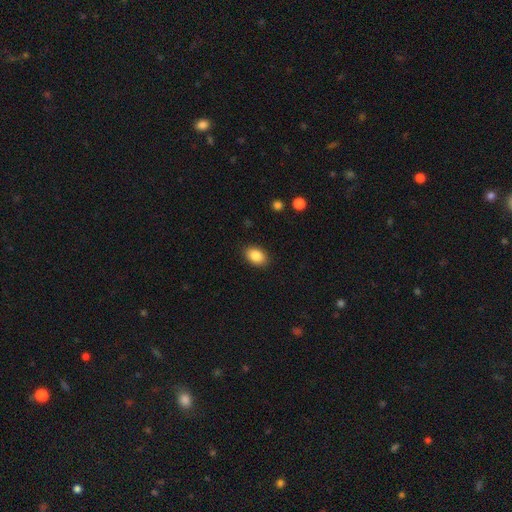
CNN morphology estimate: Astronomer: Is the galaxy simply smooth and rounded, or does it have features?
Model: smooth — 87%.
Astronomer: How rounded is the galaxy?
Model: in between — 85%.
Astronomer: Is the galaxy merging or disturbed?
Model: none — 88%.